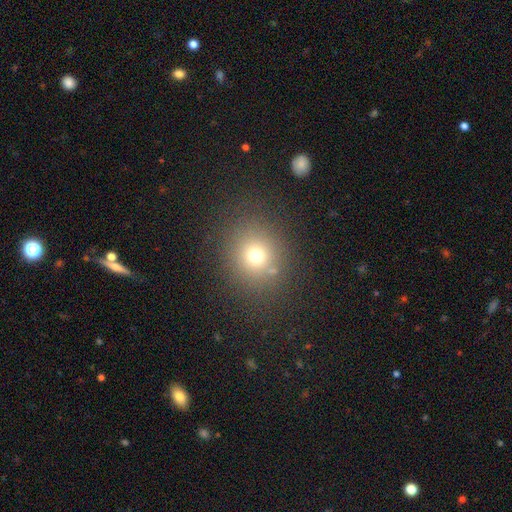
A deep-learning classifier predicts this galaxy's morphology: Q: Smooth or featured?
A: smooth (70%); runner-up: star or artifact (20%)
Q: How rounded?
A: round (83%); runner-up: in between (16%)
Q: Merging?
A: none (82%); runner-up: minor disturbance (9%)